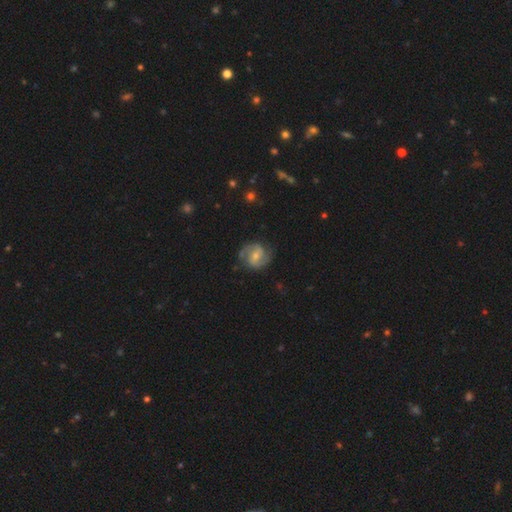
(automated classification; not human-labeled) This is clearly a featured or disk galaxy (84%). It is clearly not viewed edge-on (98%). Bar: possibly weak (49%). Spiral arm pattern: clearly yes (96%). Spiral arm count: clearly 2 (91%). Spiral winding: possibly medium (54%). Central bulge: possibly small (49%). Merging: likely none (80%).